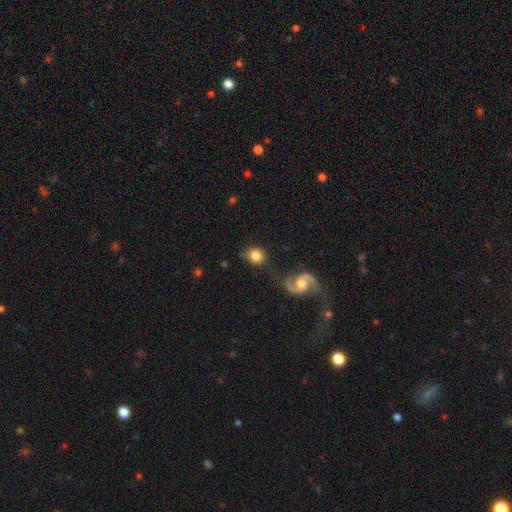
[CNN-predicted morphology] Overall: smooth (75%). How rounded: round (84%). Merging: none (76%).